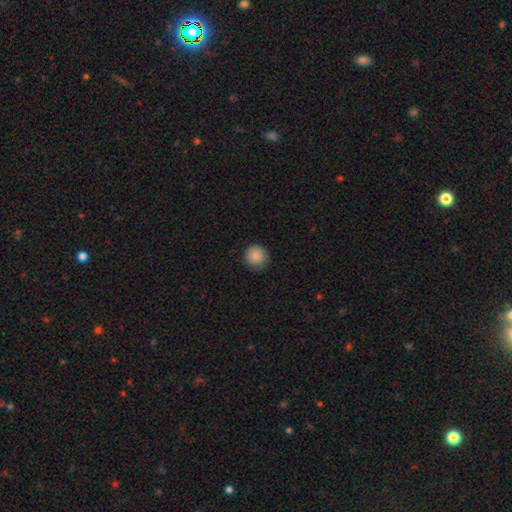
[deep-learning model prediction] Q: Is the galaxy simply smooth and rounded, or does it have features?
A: smooth — 88%.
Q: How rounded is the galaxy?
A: round — 93%.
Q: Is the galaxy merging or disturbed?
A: none — 88%.